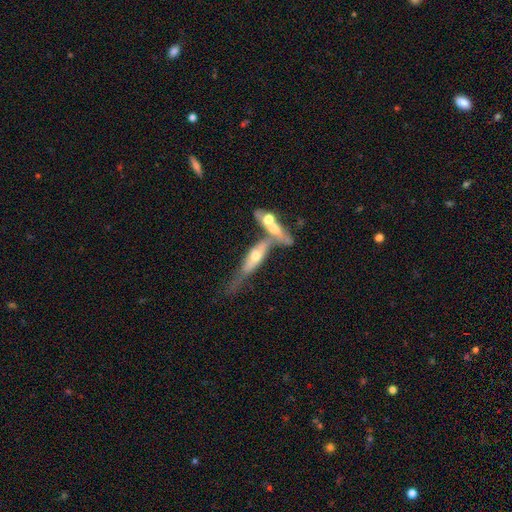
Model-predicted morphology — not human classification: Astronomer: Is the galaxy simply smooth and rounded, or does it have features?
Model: featured or disk — 67%.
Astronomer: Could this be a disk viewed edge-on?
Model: yes — 74%.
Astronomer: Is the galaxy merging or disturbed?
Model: merger — 43% (runner-up: none, 31%).